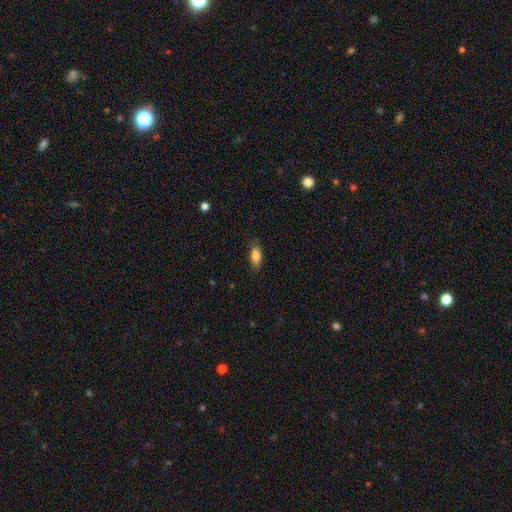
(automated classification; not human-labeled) A smooth galaxy with no disk features (84%) that is in between round and cigar-shaped (80%). Merging: none (83%).